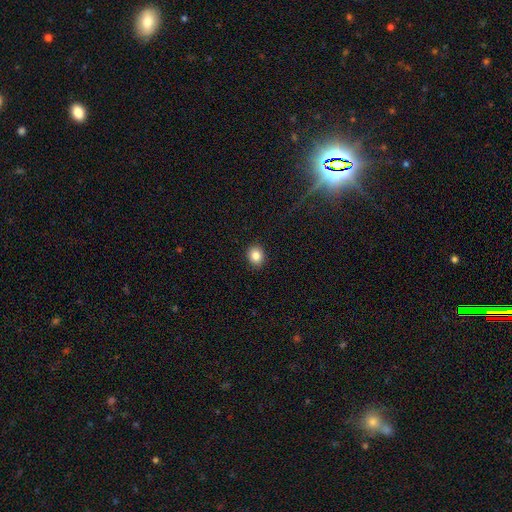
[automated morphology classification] Smooth or featured? Predicted: smooth (p=0.85). How rounded? Predicted: round (p=0.67). Merging? Predicted: none (p=0.91).